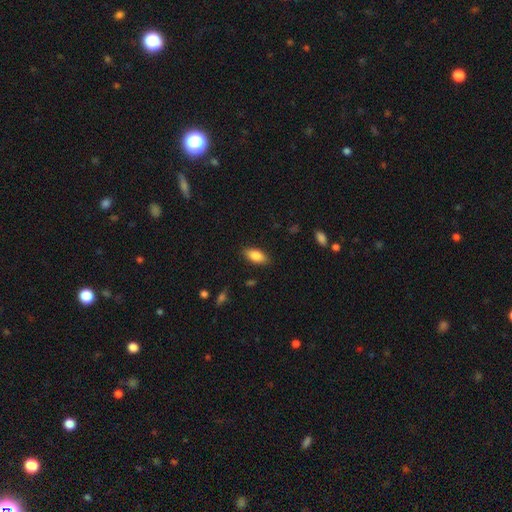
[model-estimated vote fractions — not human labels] smooth 83%, featured or disk 10%, star or artifact 7%. Down the decision tree: how rounded — in between (89%); merging — none (86%).